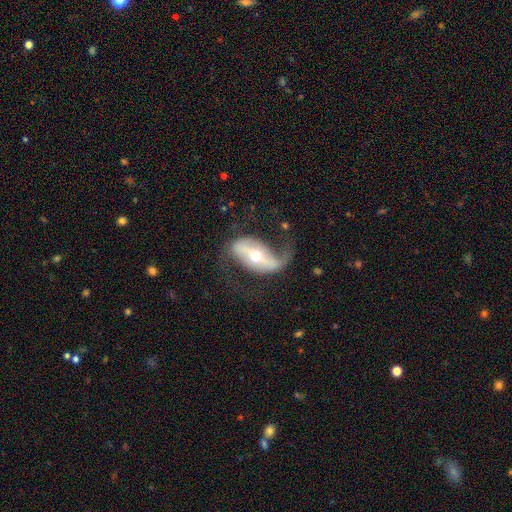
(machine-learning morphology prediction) featured or disk 81%, smooth 14%, star or artifact 5%. Down the decision tree: edge-on disk — no (91%); bar — strong (58%); spiral arms — yes (86%); spiral arm count — 2 (79%); spiral winding — loose (74%); bulge size — moderate (62%); merging — none (53%).